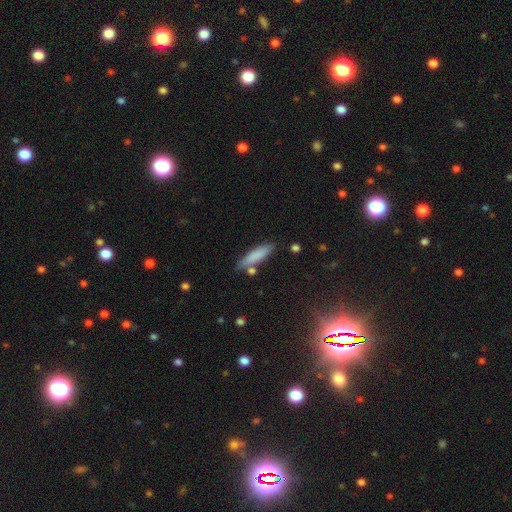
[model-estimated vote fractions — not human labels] Overall: smooth (80%). How rounded: cigar-shaped (78%). Merging: none (77%).